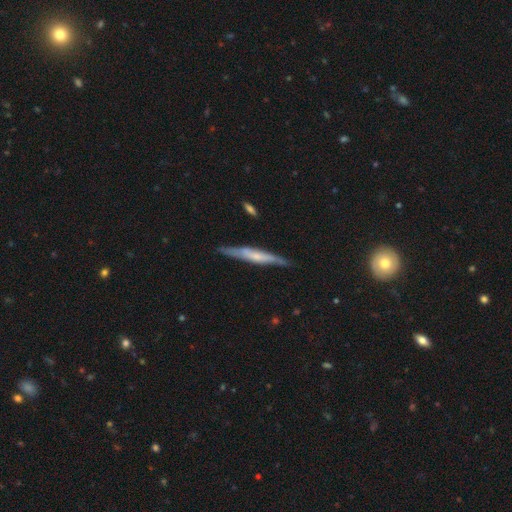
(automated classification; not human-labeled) Overall: featured or disk (55%; smooth 39%). Edge-on disk: yes (88%). Merging: none (79%).